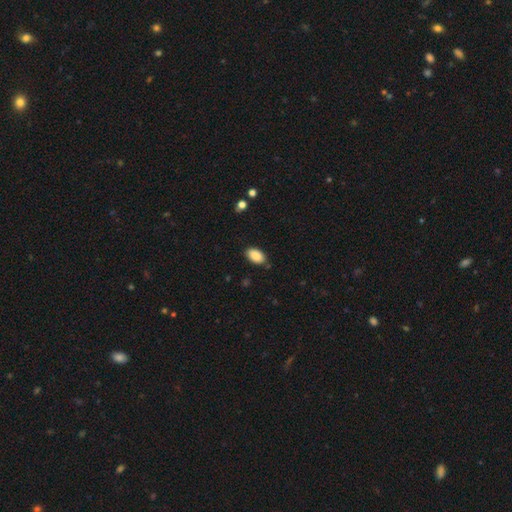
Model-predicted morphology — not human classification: smooth_or_featured: smooth (p=0.87) [alt: star or artifact p=0.07]
how_rounded: in between (p=0.93) [alt: round p=0.05]
merging: none (p=0.85) [alt: minor disturbance p=0.11]